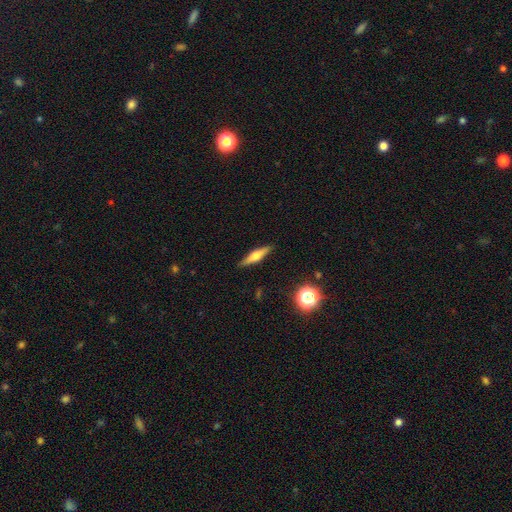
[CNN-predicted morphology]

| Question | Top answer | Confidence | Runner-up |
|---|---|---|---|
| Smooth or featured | featured or disk | 54% | smooth (38%) |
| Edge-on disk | yes | 95% | no (5%) |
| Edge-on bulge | rounded | 88% | boxy (8%) |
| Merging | none | 89% | minor disturbance (8%) |